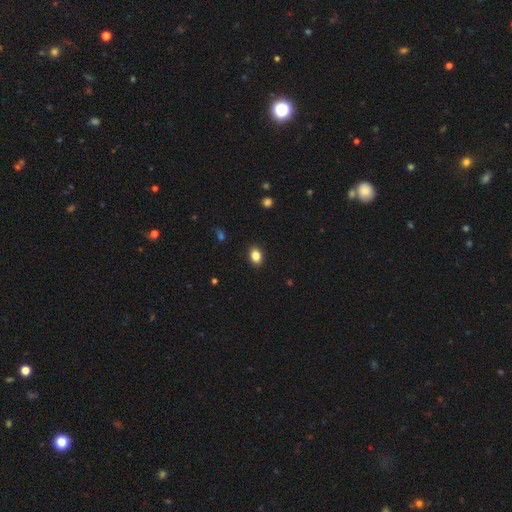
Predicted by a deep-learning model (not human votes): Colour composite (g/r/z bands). It shows a smooth galaxy with no disk features (85%) that is in between round and cigar-shaped (76%). Merging: none (90%).